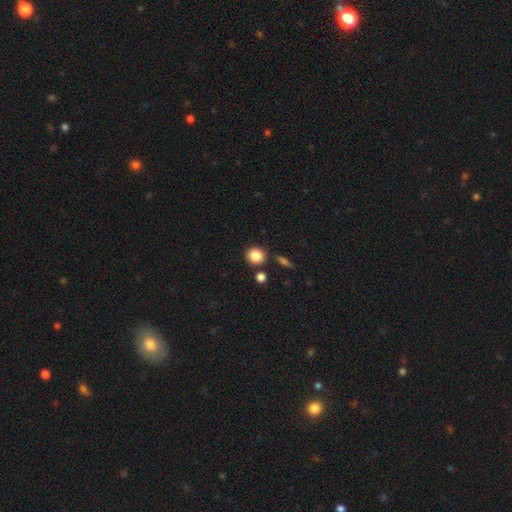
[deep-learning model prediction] A smooth galaxy with no disk features (87%) that is round (83%). Merging: none (81%).